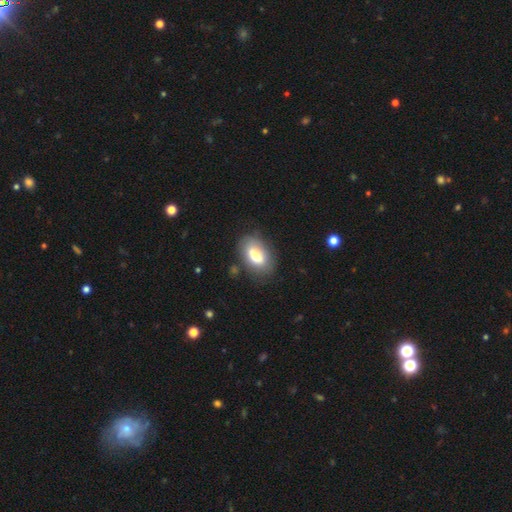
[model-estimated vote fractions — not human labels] Smooth or featured?
  - smooth: 75% *
  - featured or disk: 17%
  - star or artifact: 8%
How rounded?
  - in between: 91% *
  - round: 6%
  - cigar-shaped: 3%
Merging?
  - none: 75% *
  - minor disturbance: 16%
  - major disturbance: 5%
  - merger: 4%